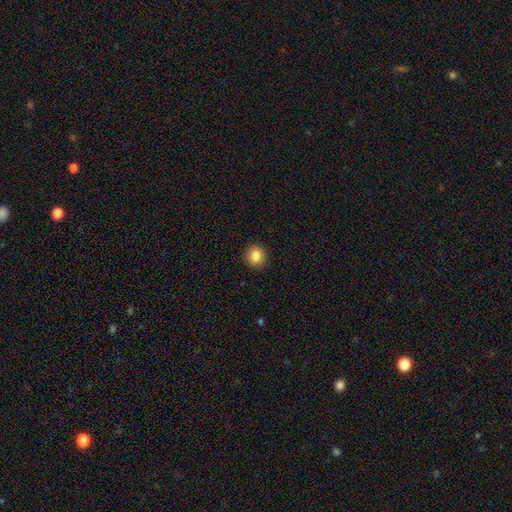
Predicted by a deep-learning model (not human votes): Smooth or featured?
  - smooth: 84% *
  - star or artifact: 10%
  - featured or disk: 6%
How rounded?
  - round: 87% *
  - in between: 13%
  - cigar-shaped: 1%
Merging?
  - none: 92% *
  - minor disturbance: 5%
  - major disturbance: 2%
  - merger: 1%